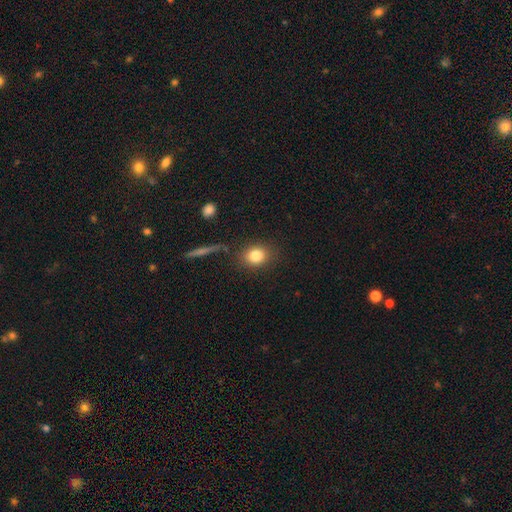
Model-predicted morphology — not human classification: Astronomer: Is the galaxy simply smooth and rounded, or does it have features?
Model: smooth — 82%.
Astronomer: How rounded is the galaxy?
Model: round — 59% (runner-up: in between, 39%).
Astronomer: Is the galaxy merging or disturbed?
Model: none — 82%.